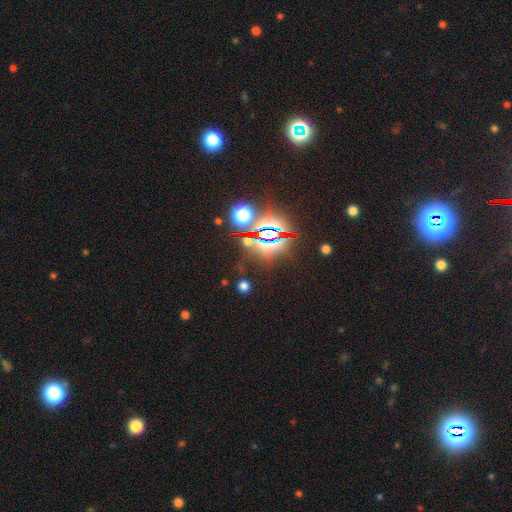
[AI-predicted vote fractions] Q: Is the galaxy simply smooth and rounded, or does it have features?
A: star or artifact — 84%.